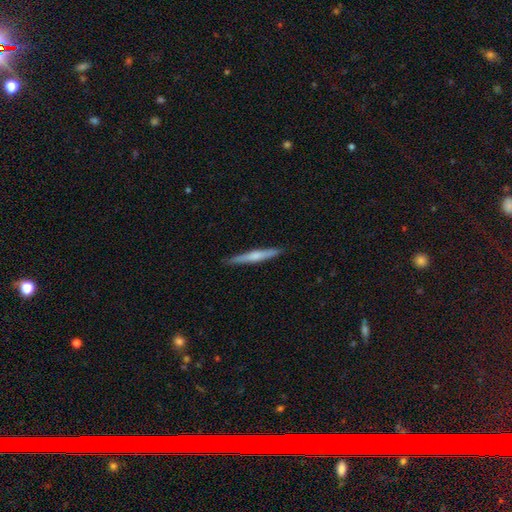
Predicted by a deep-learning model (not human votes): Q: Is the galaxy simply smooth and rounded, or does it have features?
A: featured or disk — 50%.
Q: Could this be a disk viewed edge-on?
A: yes — 97%.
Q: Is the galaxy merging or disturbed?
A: none — 91%.